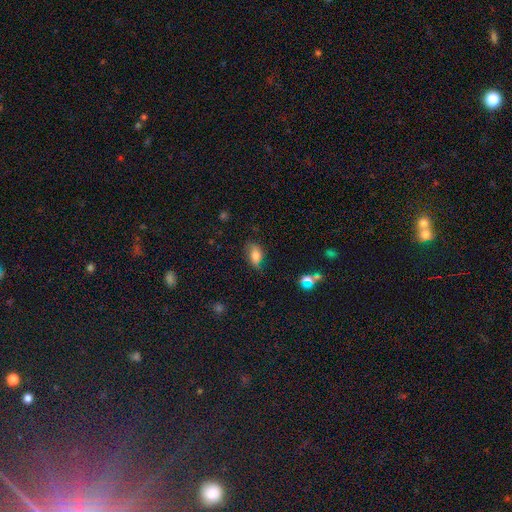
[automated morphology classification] type=smooth (68%); roundness=in between (87%); merging=none (59%).